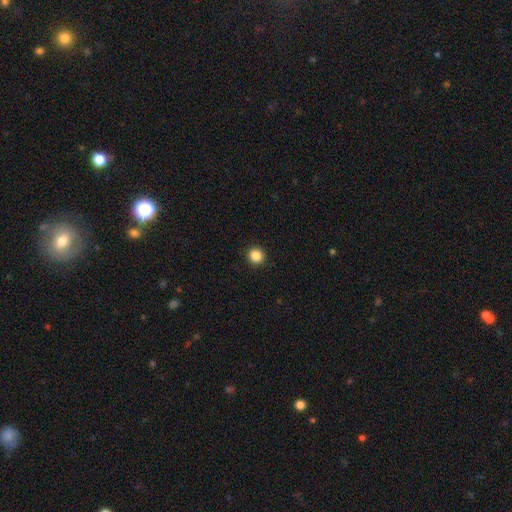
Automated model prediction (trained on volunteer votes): This appears to be a smooth galaxy with no disk features (87%) that is round (90%). Merging: none (93%).